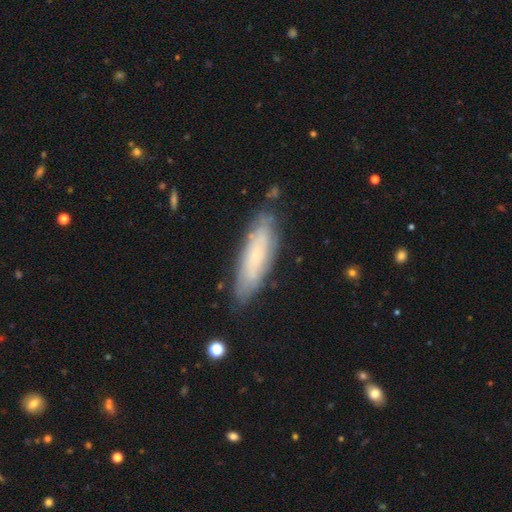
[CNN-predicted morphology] smooth_or_featured: smooth (p=0.54) [alt: featured or disk p=0.38]
how_rounded: cigar-shaped (p=0.60) [alt: in between p=0.39]
merging: none (p=0.79) [alt: minor disturbance p=0.16]